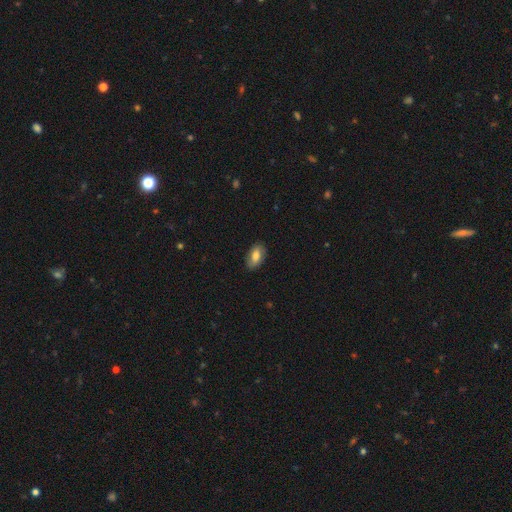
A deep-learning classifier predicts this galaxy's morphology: The model was most divided on "smooth or featured": smooth: 75%, featured or disk: 18%, star or artifact: 7%. More confident: how rounded — in between (92%); merging — none (84%).